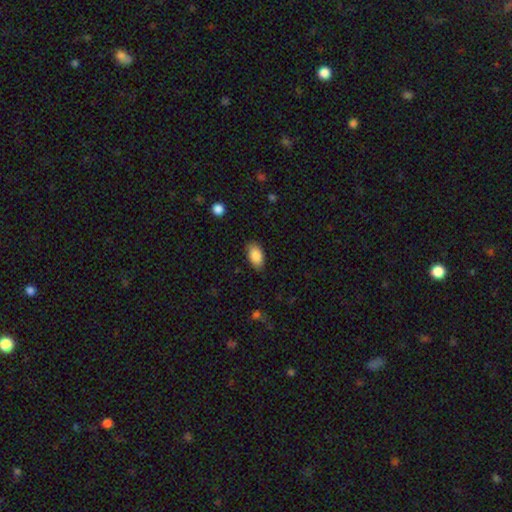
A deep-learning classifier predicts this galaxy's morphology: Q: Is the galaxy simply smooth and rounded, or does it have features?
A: smooth — 87%.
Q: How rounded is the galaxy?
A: in between — 93%.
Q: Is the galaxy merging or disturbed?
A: none — 84%.